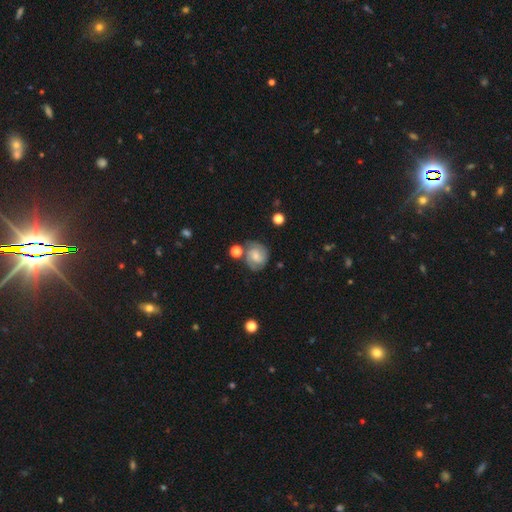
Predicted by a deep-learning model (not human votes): smooth-or-featured: featured or disk: 66% | smooth: 26% | star or artifact: 8%
  disk-edge-on: no: 98% | yes: 2%
    bar: no: 54% | weak: 38% | strong: 7%
    has-spiral-arms: yes: 92% | no: 8%
      spiral-winding: tight: 54% | medium: 36% | loose: 10%
      spiral-arm-count: 2: 71% | can't tell: 14% | 3: 8% | 1: 4% | 4: 2% | more than 4: 2%
    bulge-size: small: 50% | moderate: 33% | none: 11% | large: 4% | dominant: 1%
  merging: none: 68% | minor disturbance: 17% | merger: 8% | major disturbance: 6%